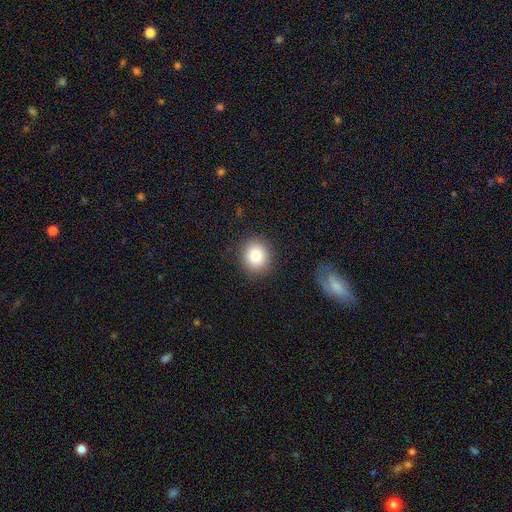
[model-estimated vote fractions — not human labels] smooth 82%, star or artifact 10%, featured or disk 8%. Down the decision tree: how rounded — round (80%); merging — none (89%).